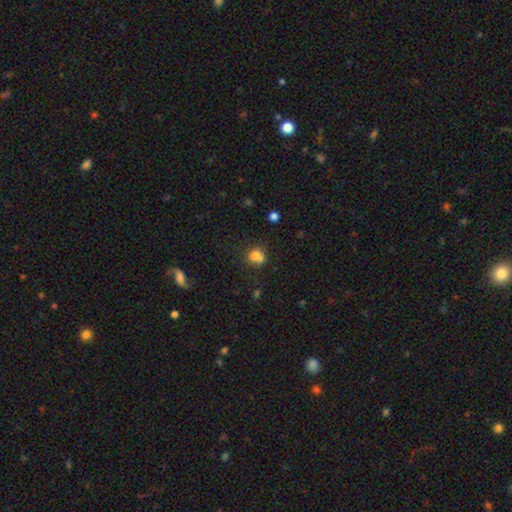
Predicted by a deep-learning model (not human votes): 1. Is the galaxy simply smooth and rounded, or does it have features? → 74% smooth, 13% featured or disk, 13% star or artifact.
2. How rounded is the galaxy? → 77% round, 22% in between, 1% cigar-shaped.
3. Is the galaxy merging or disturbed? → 41% none (tied), 41% merger (tied), 12% minor disturbance, 5% major disturbance.